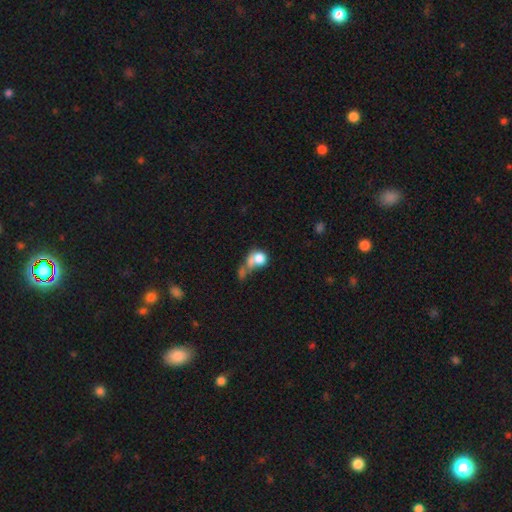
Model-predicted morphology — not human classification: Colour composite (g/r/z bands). It shows a smooth galaxy with no disk features (69%) that is round (66%). Merging: merger (42%).